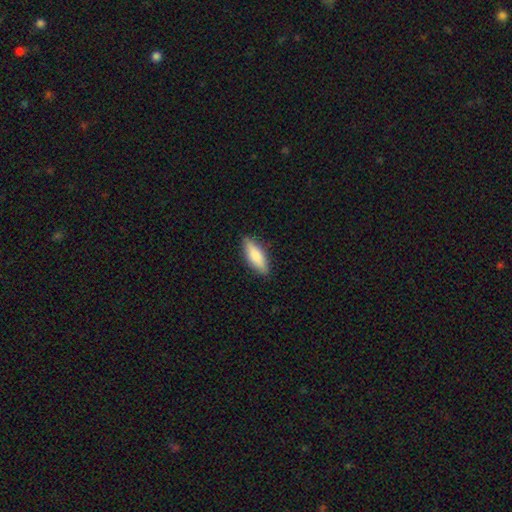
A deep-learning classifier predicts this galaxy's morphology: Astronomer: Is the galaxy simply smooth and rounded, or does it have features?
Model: smooth — 75%.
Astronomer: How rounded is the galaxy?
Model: in between — 51% (runner-up: cigar-shaped, 47%).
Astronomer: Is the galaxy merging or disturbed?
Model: none — 87%.